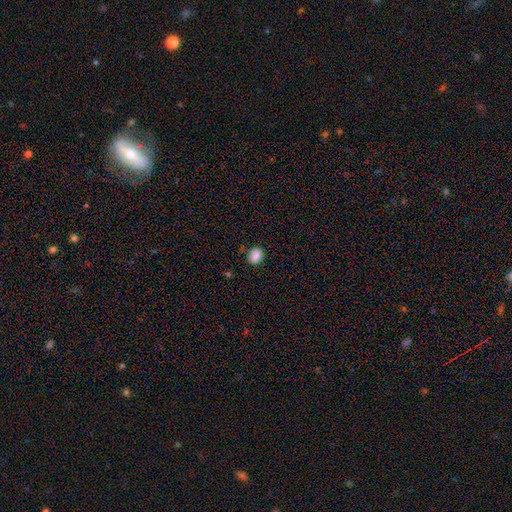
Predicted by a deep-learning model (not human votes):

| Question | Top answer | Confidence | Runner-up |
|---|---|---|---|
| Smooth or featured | smooth | 87% | star or artifact (9%) |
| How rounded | in between | 59% | round (40%) |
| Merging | none | 81% | minor disturbance (14%) |